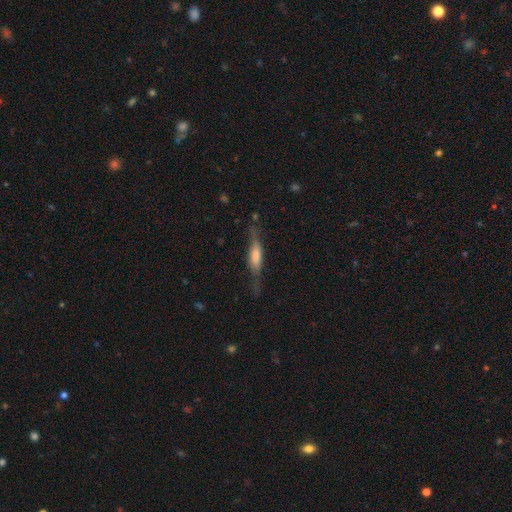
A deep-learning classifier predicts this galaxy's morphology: Smooth or featured? smooth (49%)
Merging? none (63%)